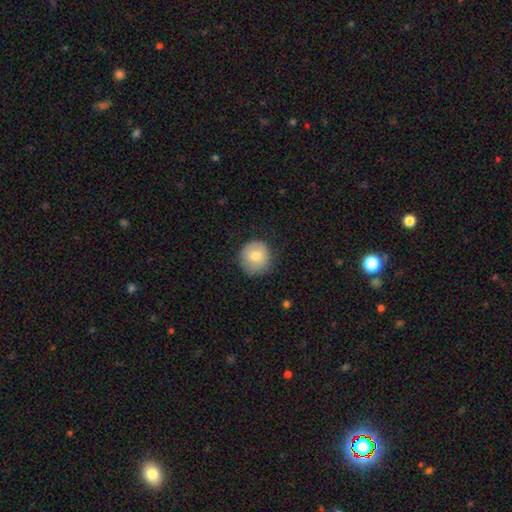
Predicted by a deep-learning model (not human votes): smooth_or_featured: smooth (p=0.79) [alt: featured or disk p=0.13]
how_rounded: round (p=0.93) [alt: in between p=0.06]
merging: none (p=0.81) [alt: minor disturbance p=0.14]